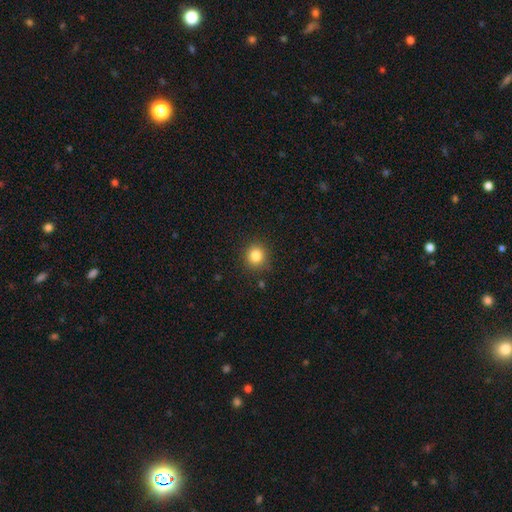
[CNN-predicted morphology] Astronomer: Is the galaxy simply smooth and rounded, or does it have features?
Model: smooth — 83%.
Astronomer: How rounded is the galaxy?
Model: round — 91%.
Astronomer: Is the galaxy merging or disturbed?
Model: none — 89%.